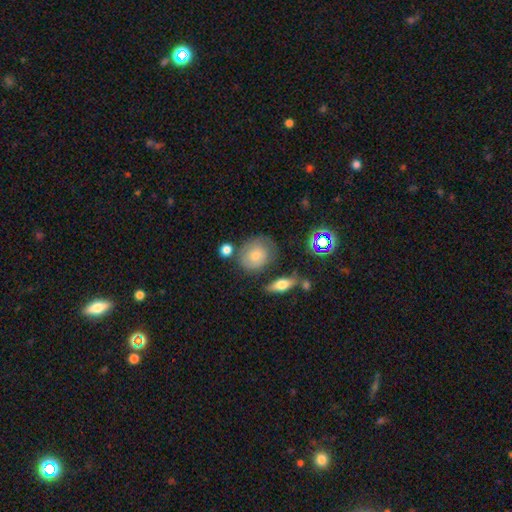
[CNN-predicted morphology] Overall: smooth (68%). How rounded: round (63%; in between 35%). Merging: none (62%; minor disturbance 22%).